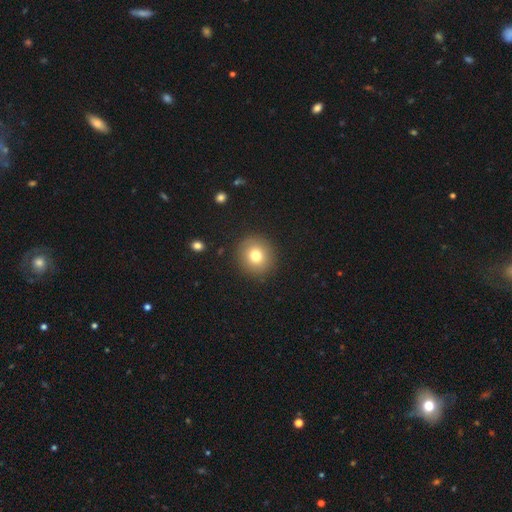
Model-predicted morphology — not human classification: type=smooth (77%); roundness=round (89%); merging=none (90%).